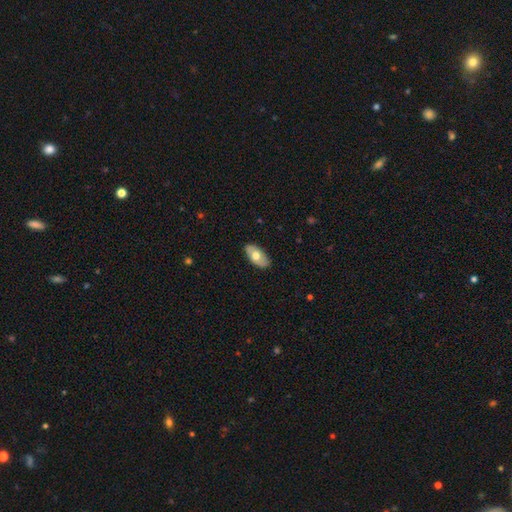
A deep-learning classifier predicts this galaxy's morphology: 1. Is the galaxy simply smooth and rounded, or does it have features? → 62% smooth, 33% featured or disk, 6% star or artifact.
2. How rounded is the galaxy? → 93% in between, 3% round, 3% cigar-shaped.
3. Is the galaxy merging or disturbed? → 84% none, 13% minor disturbance, 2% major disturbance, 1% merger.